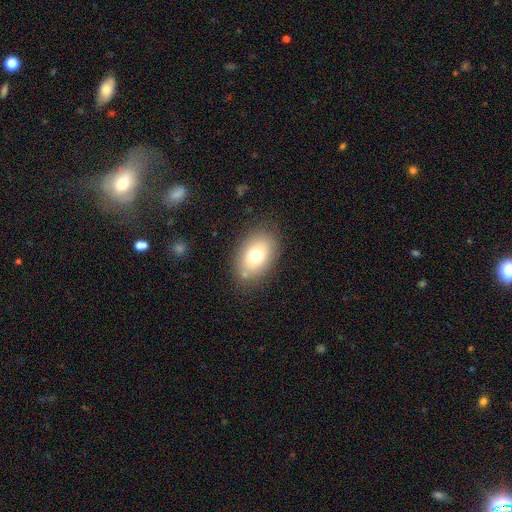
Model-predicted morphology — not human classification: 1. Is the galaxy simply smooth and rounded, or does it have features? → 72% smooth, 18% featured or disk, 10% star or artifact.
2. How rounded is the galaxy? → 84% in between, 15% round, 1% cigar-shaped.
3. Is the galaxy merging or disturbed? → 80% none, 13% minor disturbance, 4% major disturbance, 3% merger.